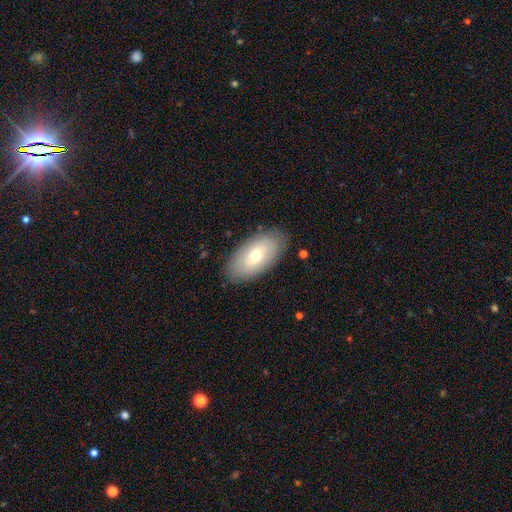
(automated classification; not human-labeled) Morphology: type=smooth (66%); roundness=in between (93%); merging=none (85%).